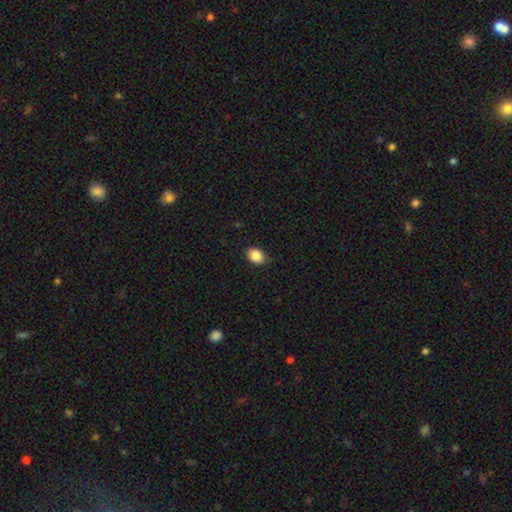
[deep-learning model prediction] smooth 87%, star or artifact 9%, featured or disk 5%. Down the decision tree: how rounded — in between (70%); merging — none (80%).